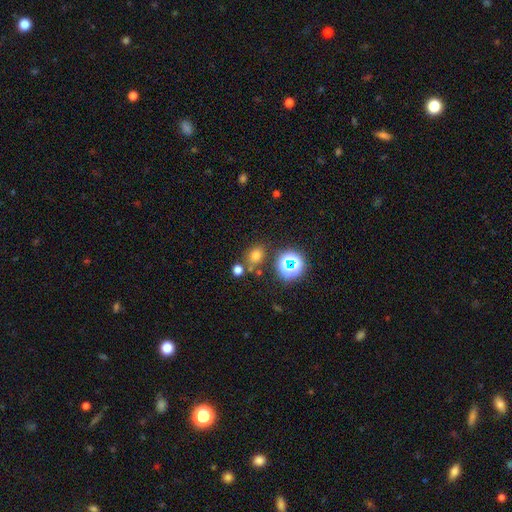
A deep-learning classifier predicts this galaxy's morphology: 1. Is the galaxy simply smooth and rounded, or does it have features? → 68% smooth, 25% star or artifact, 7% featured or disk.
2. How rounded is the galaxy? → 58% round, 41% in between, 1% cigar-shaped.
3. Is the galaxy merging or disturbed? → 73% none, 12% merger, 11% minor disturbance, 4% major disturbance.